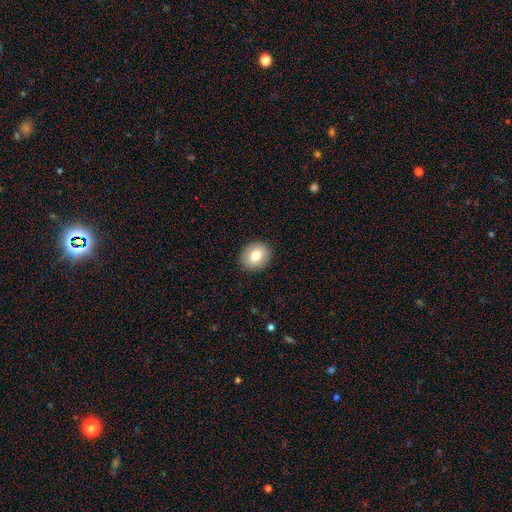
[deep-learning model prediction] Smooth or featured?
  - smooth: 78% *
  - featured or disk: 14%
  - star or artifact: 8%
How rounded?
  - round: 61% *
  - in between: 38%
  - cigar-shaped: 1%
Merging?
  - none: 90% *
  - minor disturbance: 7%
  - major disturbance: 2%
  - merger: 1%